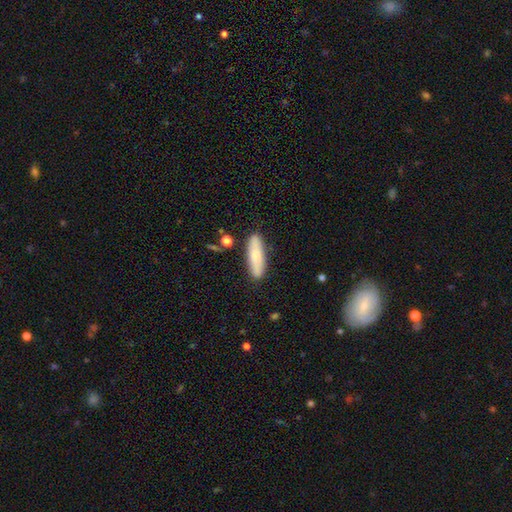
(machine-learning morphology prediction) smooth_or_featured: smooth (p=0.73) [alt: featured or disk p=0.21]
how_rounded: cigar-shaped (p=0.61) [alt: in between p=0.37]
merging: none (p=0.84) [alt: minor disturbance p=0.11]